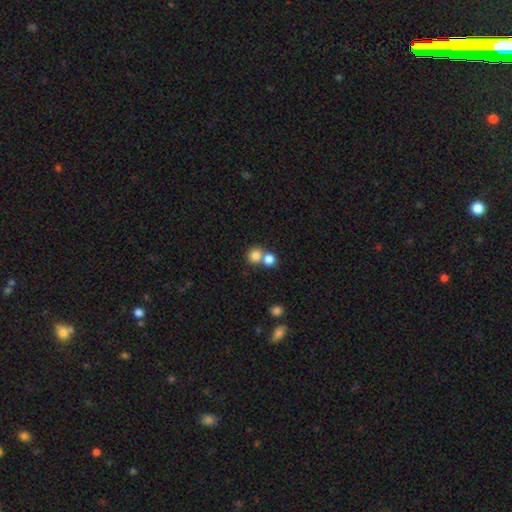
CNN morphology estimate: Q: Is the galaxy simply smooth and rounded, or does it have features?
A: smooth — 81%.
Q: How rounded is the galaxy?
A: round — 84%.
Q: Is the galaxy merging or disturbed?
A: none — 47%.